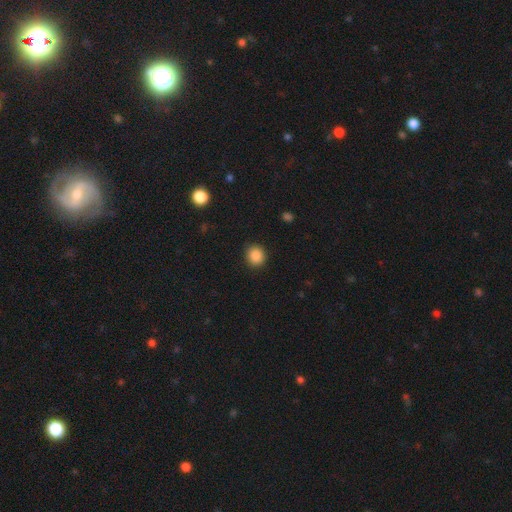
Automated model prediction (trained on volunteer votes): A smooth galaxy with no disk features (87%) that is round (86%).

Vote fractions:
- Smooth or featured? smooth: 87% / star or artifact: 10% / featured or disk: 3%
- How rounded? round: 86% / in between: 13% / cigar-shaped: 1%
- Merging? none: 90% / minor disturbance: 7% / major disturbance: 2% / merger: 1%